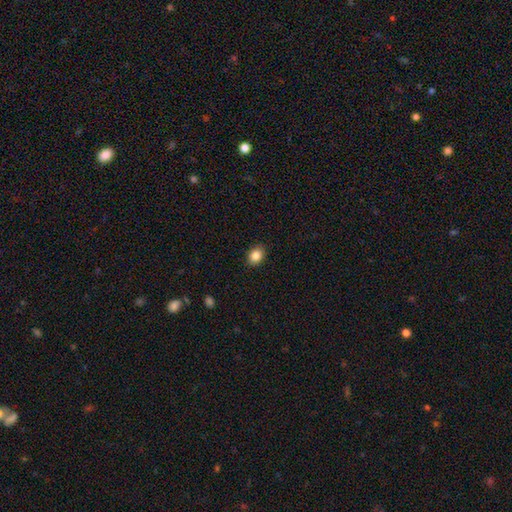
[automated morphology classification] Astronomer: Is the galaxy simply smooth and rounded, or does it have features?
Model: smooth — 85%.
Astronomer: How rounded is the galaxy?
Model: in between — 63%.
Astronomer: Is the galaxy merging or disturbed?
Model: none — 89%.